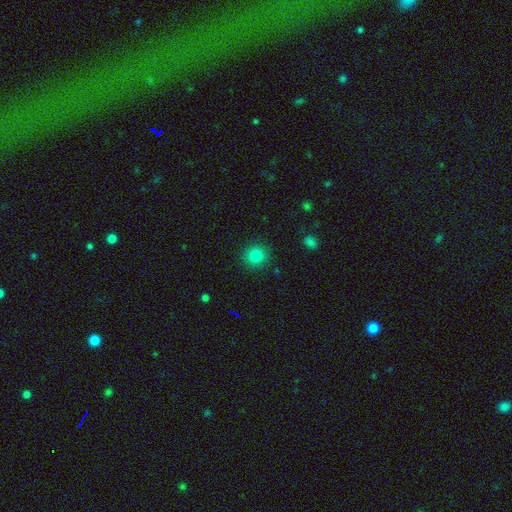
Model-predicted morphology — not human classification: A smooth galaxy with no disk features (83%) that is round (91%). Merging: none (90%).